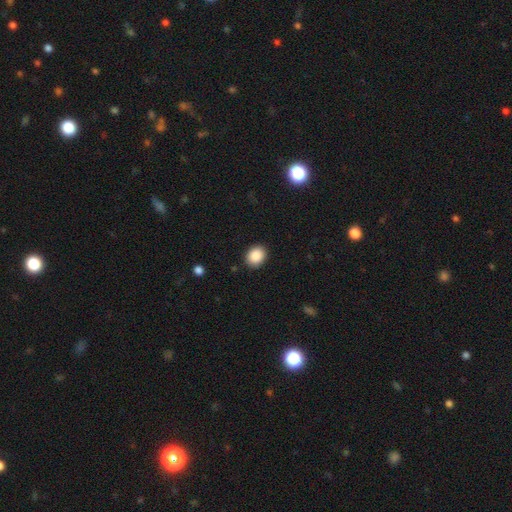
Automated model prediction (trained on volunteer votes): Overall: smooth (89%). How rounded: in between (50%; round 49%). Merging: none (90%).